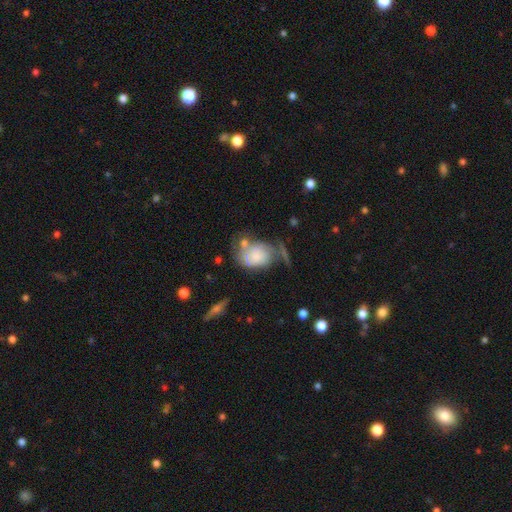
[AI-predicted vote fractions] Smooth or featured: smooth — 50% (featured or disk — 42%)
Merging: none — 28% (major disturbance — 27%)